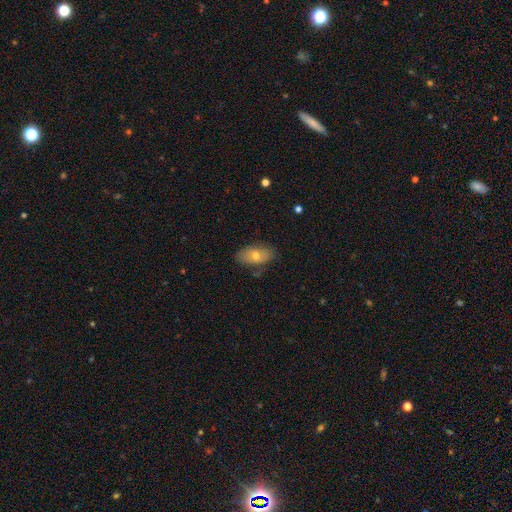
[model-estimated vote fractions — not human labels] The model was most divided on "smooth or featured": smooth: 64%, featured or disk: 28%, star or artifact: 7%. More confident: how rounded — in between (92%); merging — none (73%).